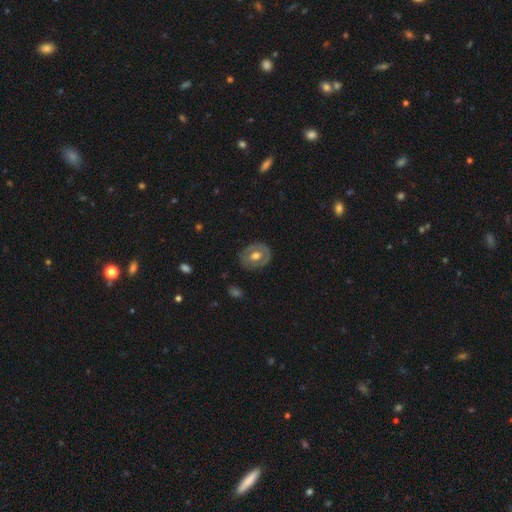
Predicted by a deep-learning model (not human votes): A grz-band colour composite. It shows a featured or disk galaxy (50%). Merging: none (78%).